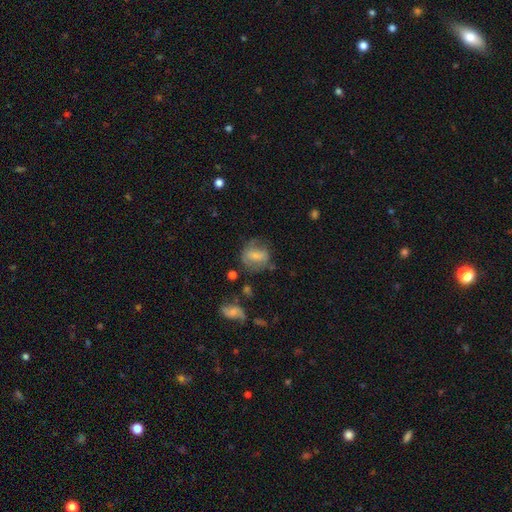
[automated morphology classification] A smooth galaxy with no disk features (55%) that is in between round and cigar-shaped (50%). Merging: none (52%).